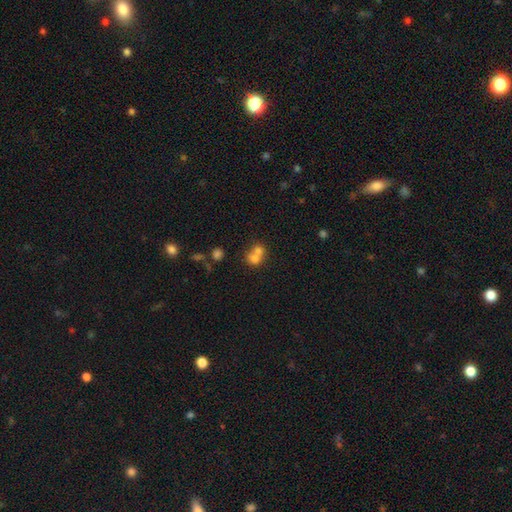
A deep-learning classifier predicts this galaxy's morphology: The model was most divided on "merging": merger: 66%, none: 26%, minor disturbance: 5%, major disturbance: 3%. More confident: how rounded — round (70%); smooth or featured — smooth (70%).